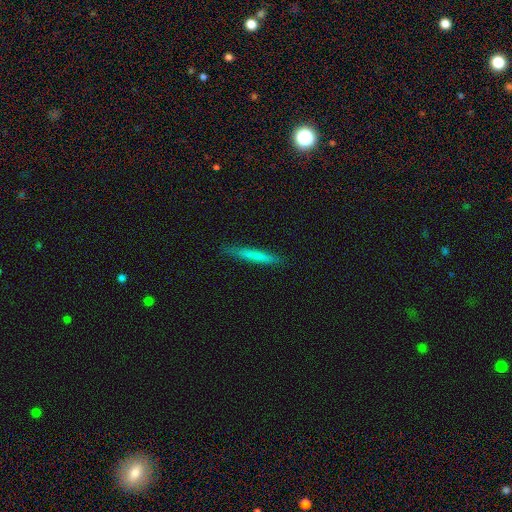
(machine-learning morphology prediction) A smooth galaxy with no disk features (71%) that is cigar-shaped (96%). Merging: none (88%).